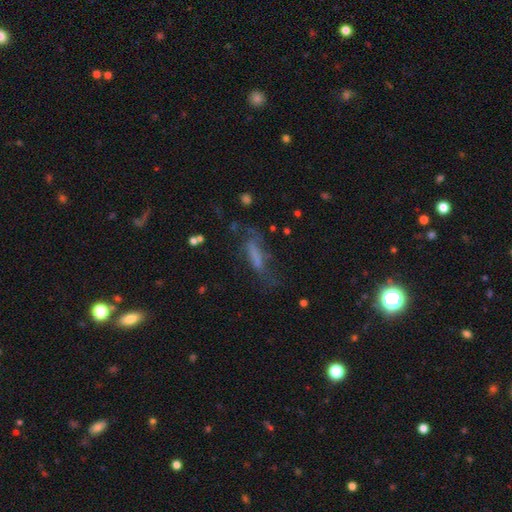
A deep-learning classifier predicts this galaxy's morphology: Q: Smooth or featured?
A: smooth (47%); runner-up: featured or disk (37%)
Q: Merging?
A: none (48%); runner-up: major disturbance (25%)